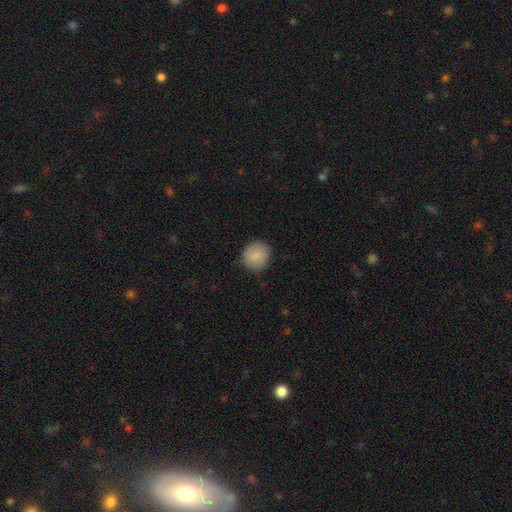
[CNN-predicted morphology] A smooth galaxy with no disk features (87%) that is round (85%). Merging: none (87%).